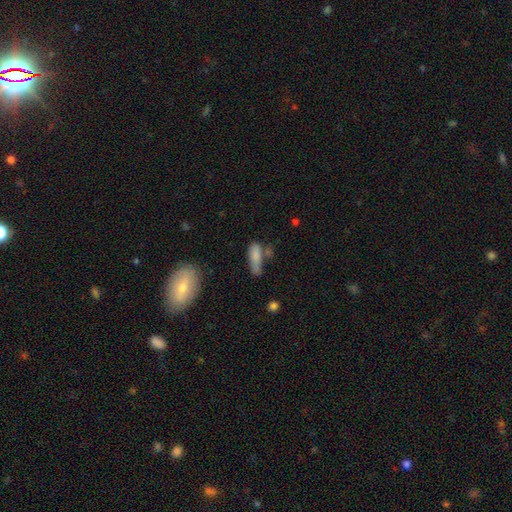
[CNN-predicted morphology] smooth_or_featured: smooth (p=0.80) [alt: featured or disk p=0.11]
how_rounded: in between (p=0.53) [alt: cigar-shaped p=0.44]
merging: none (p=0.41) [alt: minor disturbance p=0.27]